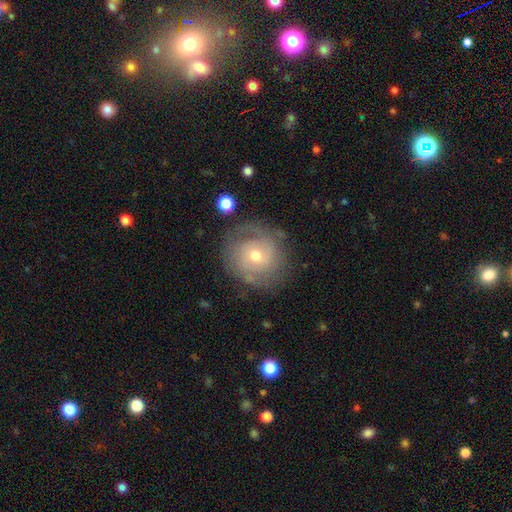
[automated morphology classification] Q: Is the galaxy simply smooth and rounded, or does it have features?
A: featured or disk — 68%.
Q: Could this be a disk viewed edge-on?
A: no — 97%.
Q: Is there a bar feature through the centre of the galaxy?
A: no — 68%.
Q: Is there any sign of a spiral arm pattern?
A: yes — 84%.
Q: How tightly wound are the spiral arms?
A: tight — 59%.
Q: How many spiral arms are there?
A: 2 — 43%.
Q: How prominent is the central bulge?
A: moderate — 50%.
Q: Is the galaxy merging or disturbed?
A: none — 75%.